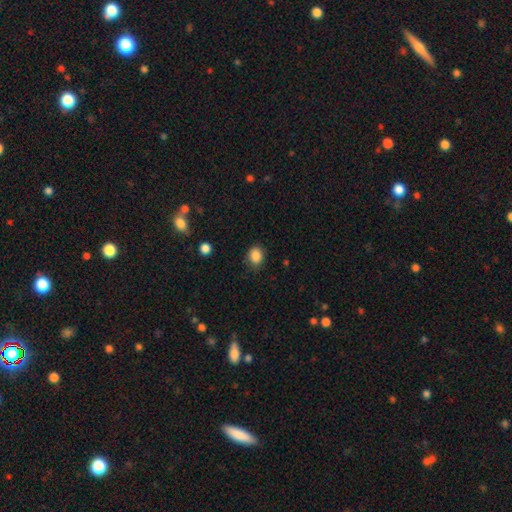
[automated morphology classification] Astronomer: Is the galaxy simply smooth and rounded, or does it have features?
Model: smooth — 87%.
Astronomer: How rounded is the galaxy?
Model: round — 58% (runner-up: in between, 42%).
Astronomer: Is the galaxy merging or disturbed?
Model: none — 82%.